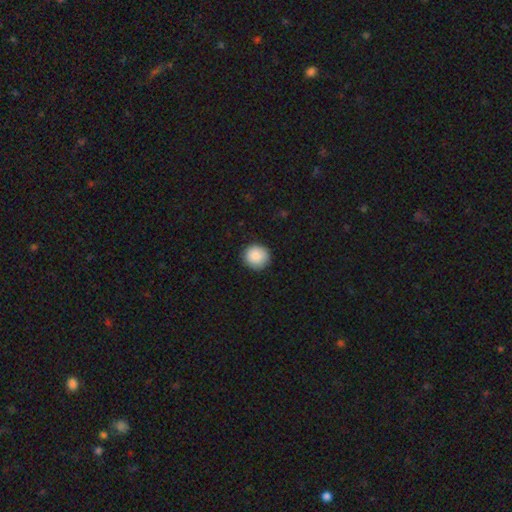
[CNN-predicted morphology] A smooth galaxy with no disk features (89%) that is round (93%).

Vote fractions:
- Smooth or featured? smooth: 89% / star or artifact: 8% / featured or disk: 4%
- How rounded? round: 93% / in between: 6% / cigar-shaped: 1%
- Merging? none: 90% / minor disturbance: 7% / major disturbance: 2% / merger: 1%